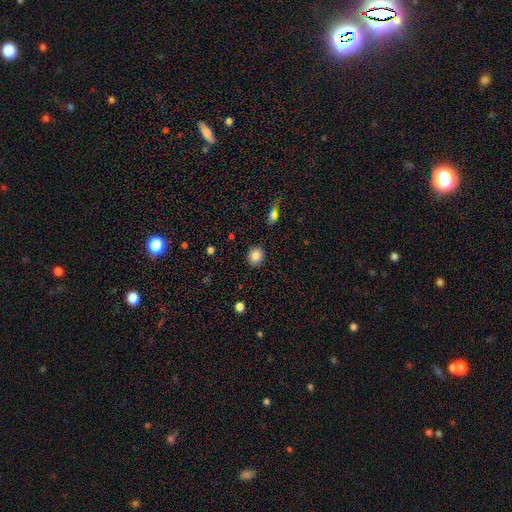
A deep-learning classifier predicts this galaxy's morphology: This is clearly a smooth galaxy (85%). How rounded: likely round (78%). Merging: clearly none (90%).